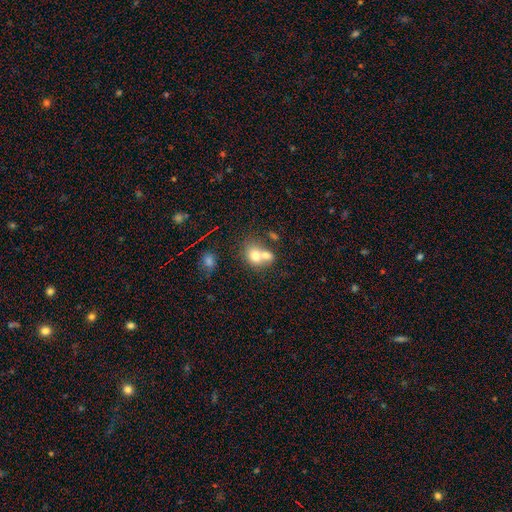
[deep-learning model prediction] Overall: smooth (71%). How rounded: round (52%; in between 47%). Merging: merger (65%).